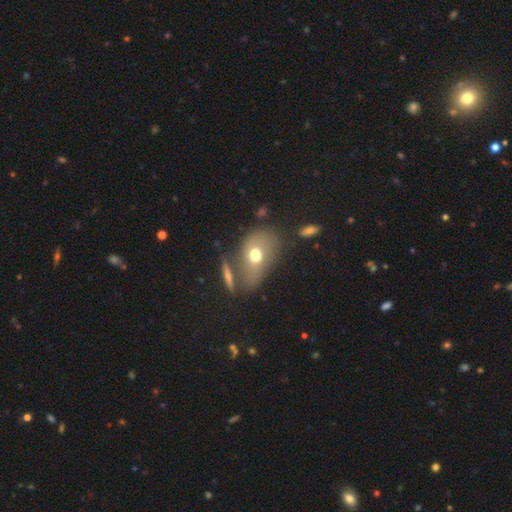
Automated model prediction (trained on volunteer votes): smooth-or-featured: smooth: 61% | featured or disk: 29% | star or artifact: 10%
  how-rounded: in between: 74% | round: 23% | cigar-shaped: 2%
  merging: none: 53% | minor disturbance: 19% | merger: 15% | major disturbance: 13%